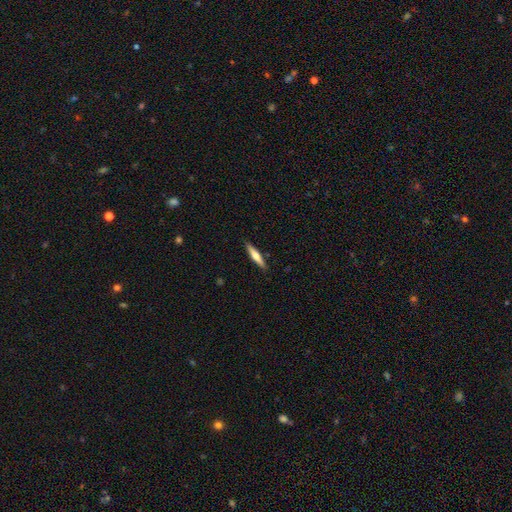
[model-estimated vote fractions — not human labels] This is possibly a featured or disk galaxy (48%). Merging: clearly none (90%).